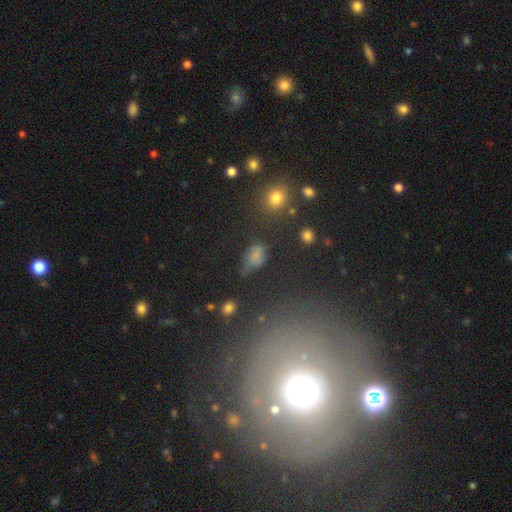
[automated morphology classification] The model was most divided on "merging": none: 38%, minor disturbance: 31%, major disturbance: 23%, merger: 9%. More confident: how rounded — in between (75%); smooth or featured — smooth (65%).